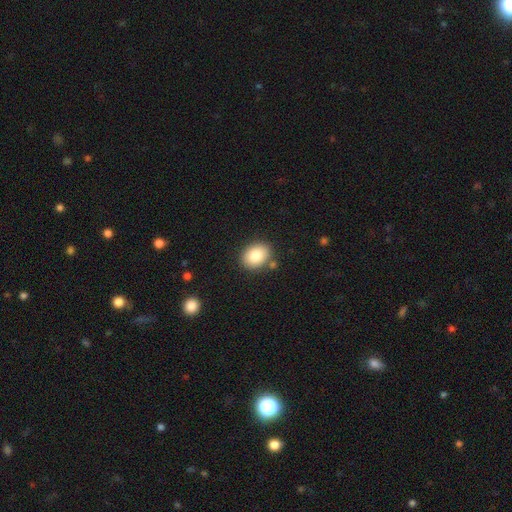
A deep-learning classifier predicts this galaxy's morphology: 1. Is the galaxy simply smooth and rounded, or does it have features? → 84% smooth, 8% featured or disk, 8% star or artifact.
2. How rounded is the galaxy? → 62% in between, 38% round, 1% cigar-shaped.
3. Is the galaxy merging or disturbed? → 84% none, 10% minor disturbance, 4% merger, 3% major disturbance.